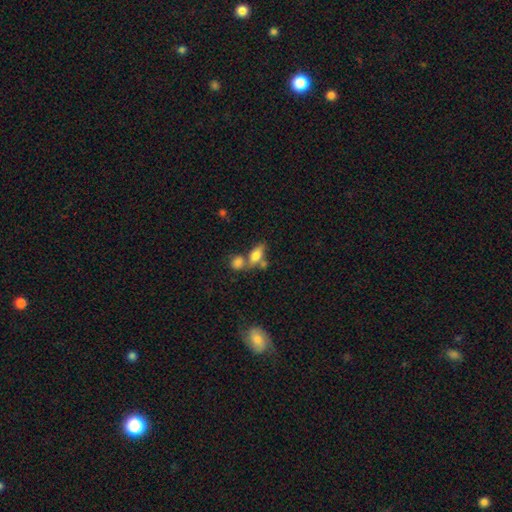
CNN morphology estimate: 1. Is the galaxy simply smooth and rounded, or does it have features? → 73% smooth, 16% featured or disk, 10% star or artifact.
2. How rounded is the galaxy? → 79% in between, 12% cigar-shaped, 9% round.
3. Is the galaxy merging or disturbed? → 44% merger, 37% none, 12% minor disturbance, 7% major disturbance.